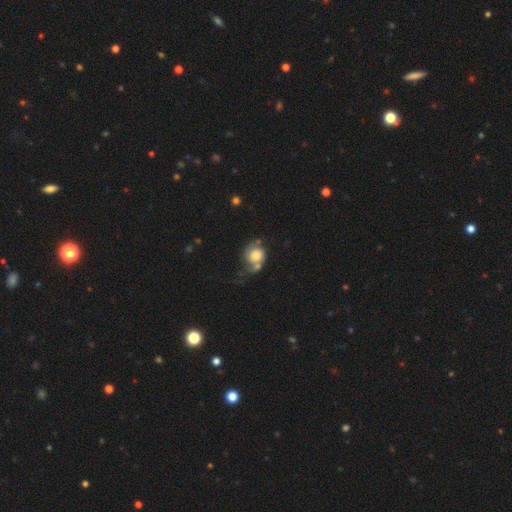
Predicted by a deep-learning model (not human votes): A smooth galaxy with no disk features (59%) that is round (75%).

Vote fractions:
- Smooth or featured? smooth: 59% / featured or disk: 32% / star or artifact: 9%
- How rounded? round: 75% / in between: 24% / cigar-shaped: 1%
- Merging? none: 34% / minor disturbance: 23% / major disturbance: 22% / merger: 21%